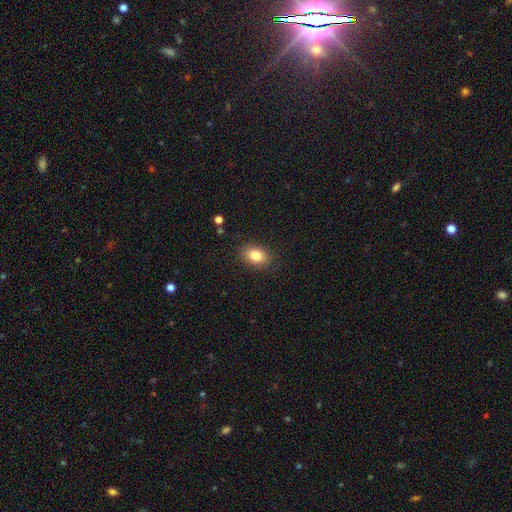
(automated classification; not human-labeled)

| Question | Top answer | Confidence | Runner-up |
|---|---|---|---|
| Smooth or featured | smooth | 82% | star or artifact (9%) |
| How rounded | in between | 75% | round (23%) |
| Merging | none | 86% | minor disturbance (10%) |